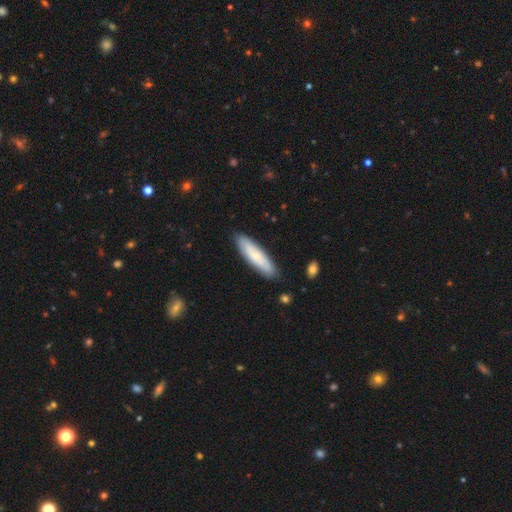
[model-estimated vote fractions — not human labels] Smooth or featured? smooth (69%)
How rounded? cigar-shaped (71%)
Merging? none (86%)